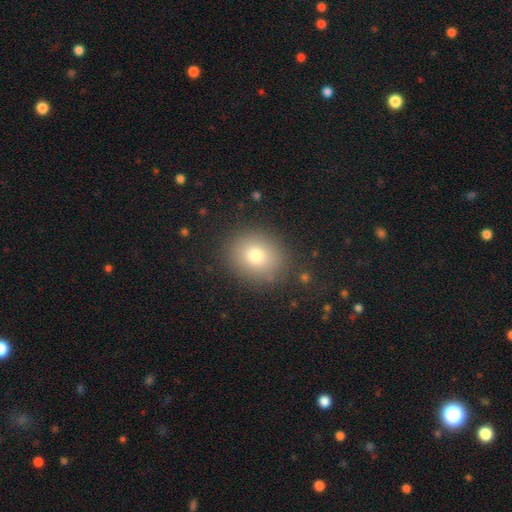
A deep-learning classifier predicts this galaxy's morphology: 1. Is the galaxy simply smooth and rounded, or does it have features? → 76% smooth, 13% star or artifact, 11% featured or disk.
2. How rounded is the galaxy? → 72% round, 27% in between, 1% cigar-shaped.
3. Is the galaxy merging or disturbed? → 87% none, 8% minor disturbance, 3% major disturbance, 1% merger.